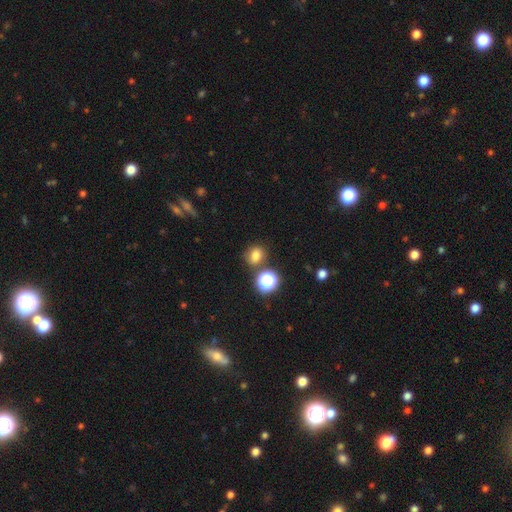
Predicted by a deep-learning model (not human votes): Smooth or featured?
  - smooth: 76% *
  - star or artifact: 17%
  - featured or disk: 7%
How rounded?
  - round: 68% *
  - in between: 31%
  - cigar-shaped: 1%
Merging?
  - none: 75% *
  - minor disturbance: 12%
  - merger: 9%
  - major disturbance: 4%